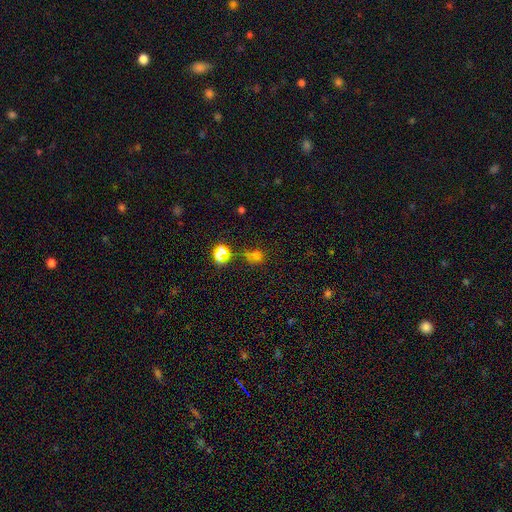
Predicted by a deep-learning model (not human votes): Morphology: type=smooth (55%); roundness=round (78%); merging=none (59%).